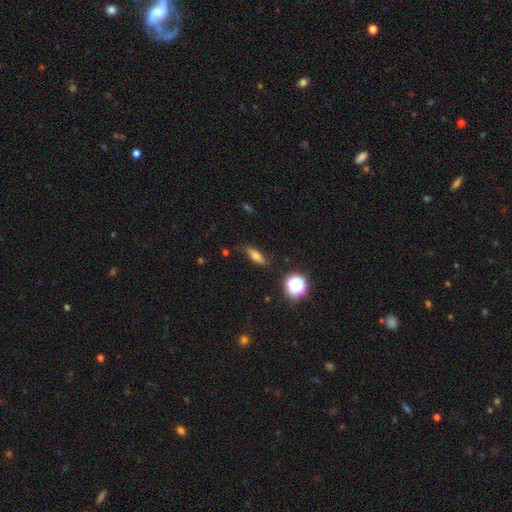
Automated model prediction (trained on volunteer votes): smooth_or_featured: smooth (p=0.62) [alt: featured or disk p=0.24]
how_rounded: in between (p=0.51) [alt: cigar-shaped p=0.41]
merging: none (p=0.75) [alt: minor disturbance p=0.18]